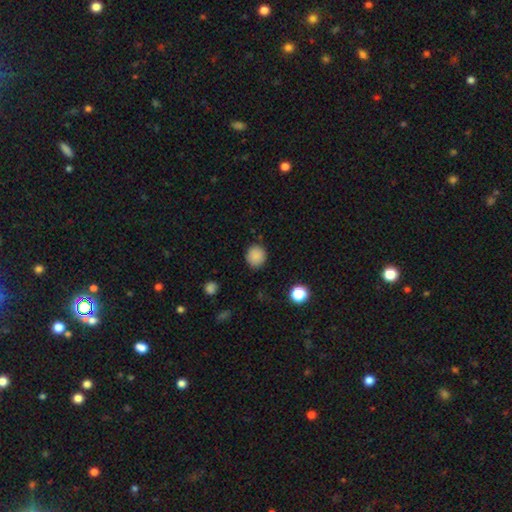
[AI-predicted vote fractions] This is clearly a smooth galaxy (87%). How rounded: clearly round (90%). Merging: clearly none (89%).